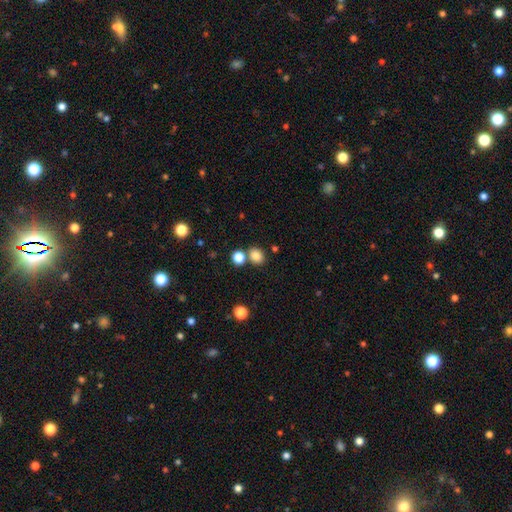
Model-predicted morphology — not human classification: smooth-or-featured: smooth: 82% | star or artifact: 12% | featured or disk: 5%
  how-rounded: round: 65% | in between: 34% | cigar-shaped: 1%
  merging: none: 72% | merger: 16% | minor disturbance: 9% | major disturbance: 3%